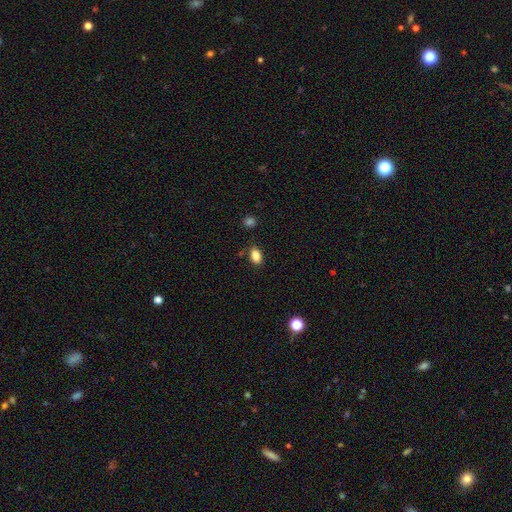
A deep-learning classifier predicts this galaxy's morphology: smooth_or_featured: smooth (p=0.86) [alt: star or artifact p=0.10]
how_rounded: in between (p=0.87) [alt: round p=0.11]
merging: none (p=0.82) [alt: minor disturbance p=0.12]